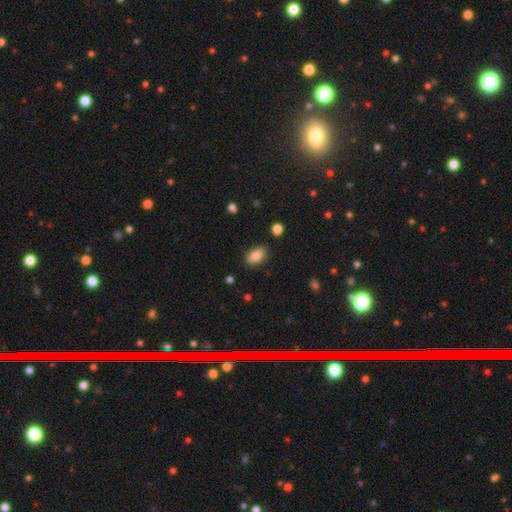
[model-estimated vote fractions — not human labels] A smooth galaxy with no disk features (82%) that is in between round and cigar-shaped (89%).

Vote fractions:
- Smooth or featured? smooth: 82% / featured or disk: 10% / star or artifact: 8%
- How rounded? in between: 89% / round: 6% / cigar-shaped: 5%
- Merging? none: 85% / minor disturbance: 11% / major disturbance: 3% / merger: 2%